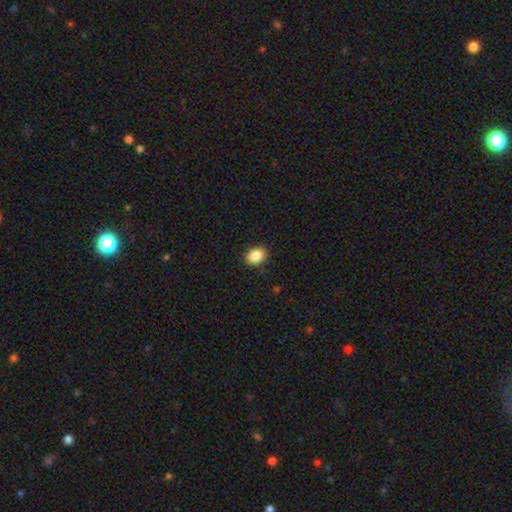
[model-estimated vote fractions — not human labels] This appears to be a smooth galaxy with no disk features (87%) that is in between round and cigar-shaped (63%). Merging: none (90%).